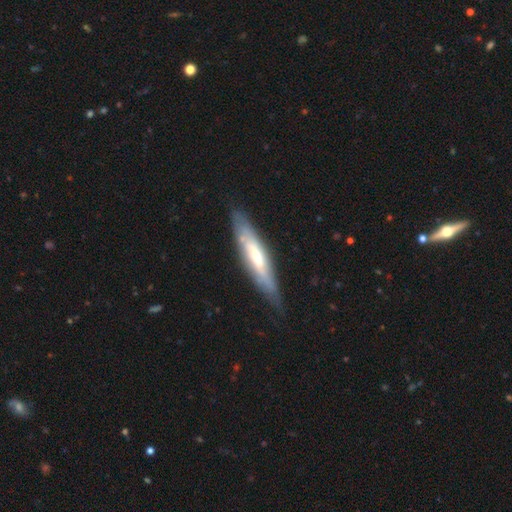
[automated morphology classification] A featured or disk galaxy (56%) viewed edge-on (76%). Merging: none (80%).